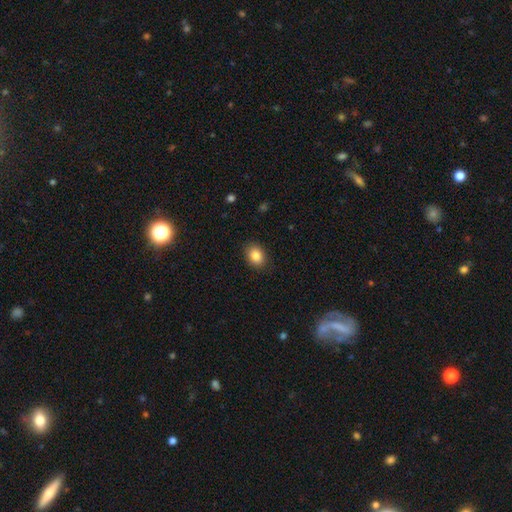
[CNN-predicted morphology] smooth_or_featured: smooth (p=0.85) [alt: star or artifact p=0.09]
how_rounded: in between (p=0.69) [alt: round p=0.30]
merging: none (p=0.88) [alt: minor disturbance p=0.09]